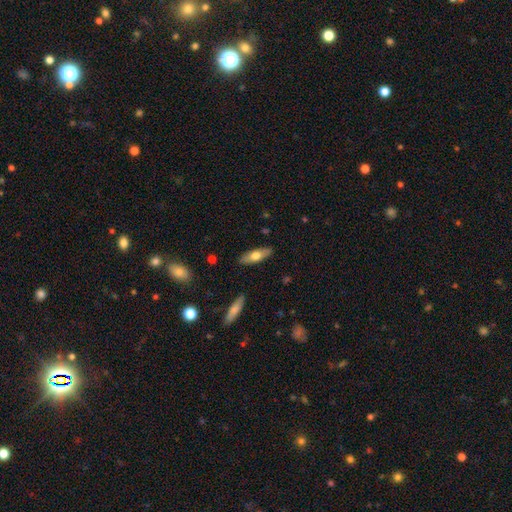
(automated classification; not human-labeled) Smooth or featured? Predicted: smooth (p=0.62). How rounded? Predicted: in between (p=0.56). Merging? Predicted: none (p=0.87).